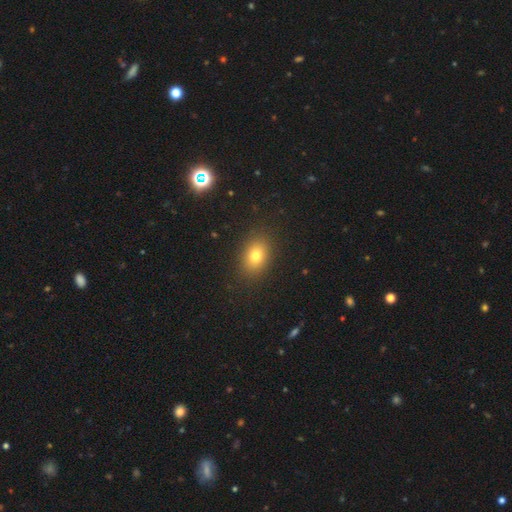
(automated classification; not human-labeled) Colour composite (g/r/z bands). It shows a smooth galaxy with no disk features (77%) that is in between round and cigar-shaped (72%). Merging: none (88%).